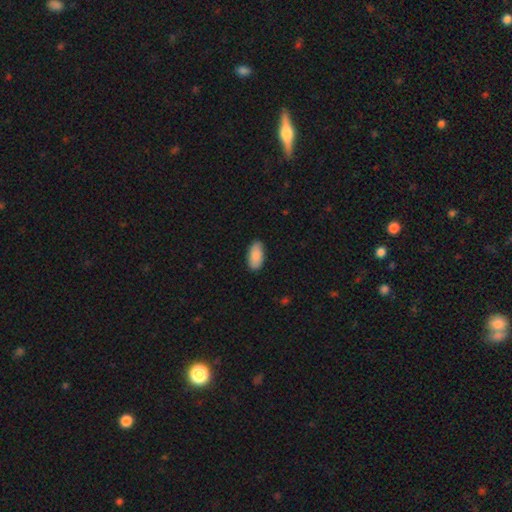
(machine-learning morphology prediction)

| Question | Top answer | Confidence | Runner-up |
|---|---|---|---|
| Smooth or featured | smooth | 87% | featured or disk (7%) |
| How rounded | in between | 93% | cigar-shaped (5%) |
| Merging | none | 88% | minor disturbance (9%) |